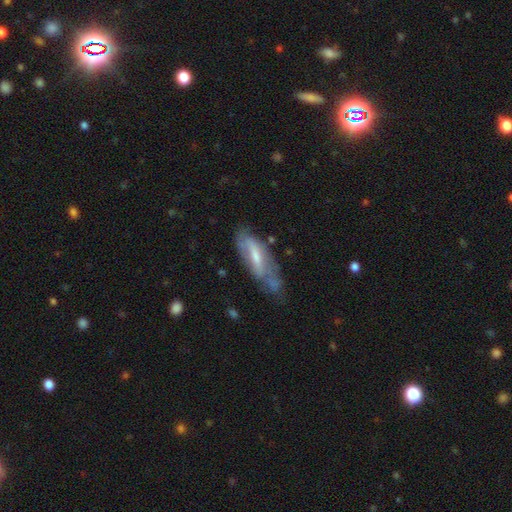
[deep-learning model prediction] Smooth or featured? featured or disk (56%)
Edge-on disk? no (74%)
Merging? none (47%)